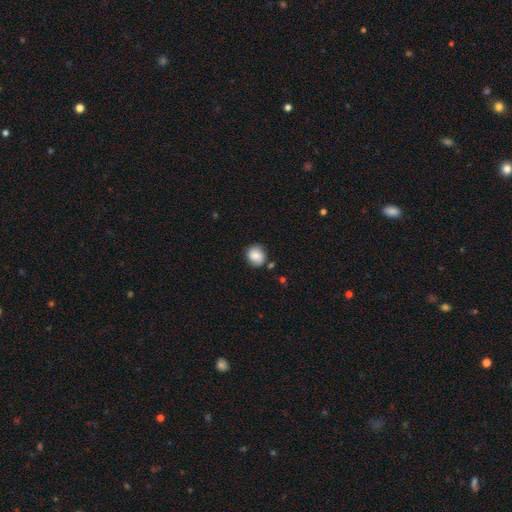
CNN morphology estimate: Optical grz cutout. It shows a smooth galaxy with no disk features (78%) that is round (76%). Merging: none (75%).